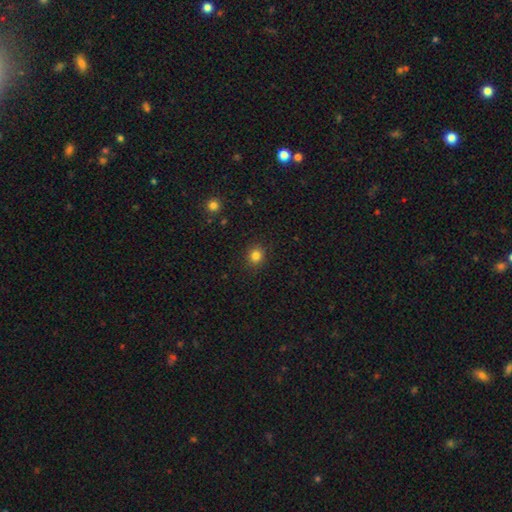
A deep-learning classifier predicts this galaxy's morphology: Smooth or featured: smooth — 83% (star or artifact — 12%)
How rounded: round — 80% (in between — 19%)
Merging: none — 90% (minor disturbance — 7%)